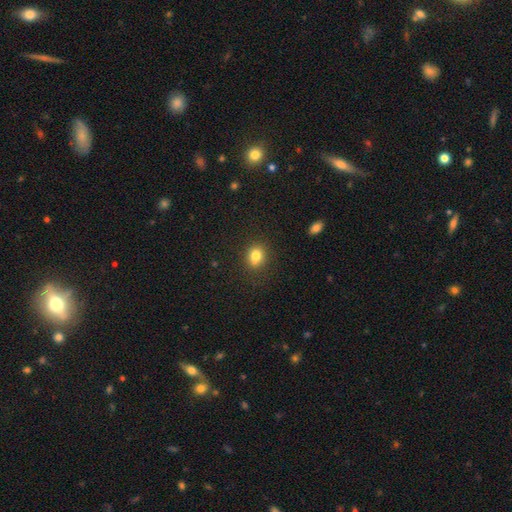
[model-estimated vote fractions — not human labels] This appears to be a smooth galaxy with no disk features (80%) that is round (63%). Merging: none (80%).